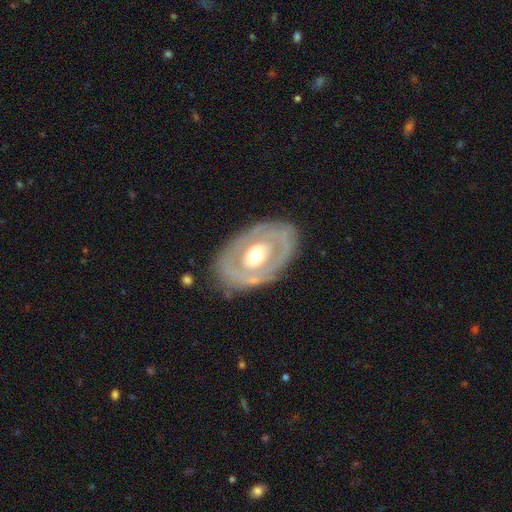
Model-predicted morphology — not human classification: smooth_or_featured: featured or disk (p=0.67) [alt: smooth p=0.28]
disk_edge_on: no (p=0.91) [alt: yes p=0.09]
bar: no (p=0.80) [alt: weak p=0.14]
has_spiral_arms: no (p=0.77) [alt: yes p=0.23]
bulge_size: moderate (p=0.69) [alt: large p=0.15]
merging: none (p=0.79) [alt: minor disturbance p=0.14]